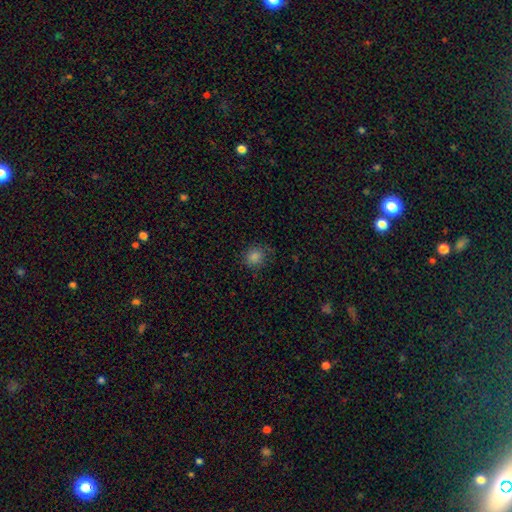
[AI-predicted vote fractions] Smooth or featured?
  - smooth: 82% *
  - star or artifact: 14%
  - featured or disk: 4%
How rounded?
  - round: 82% *
  - in between: 17%
  - cigar-shaped: 1%
Merging?
  - none: 81% *
  - minor disturbance: 14%
  - major disturbance: 4%
  - merger: 1%